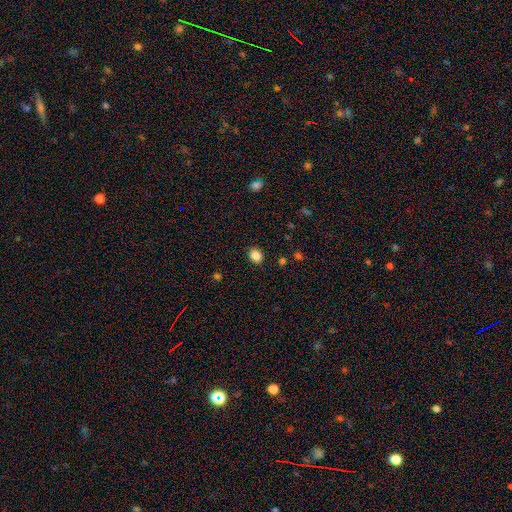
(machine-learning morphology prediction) Smooth or featured: smooth — 86% (star or artifact — 10%)
How rounded: round — 54% (in between — 46%)
Merging: none — 89% (minor disturbance — 8%)